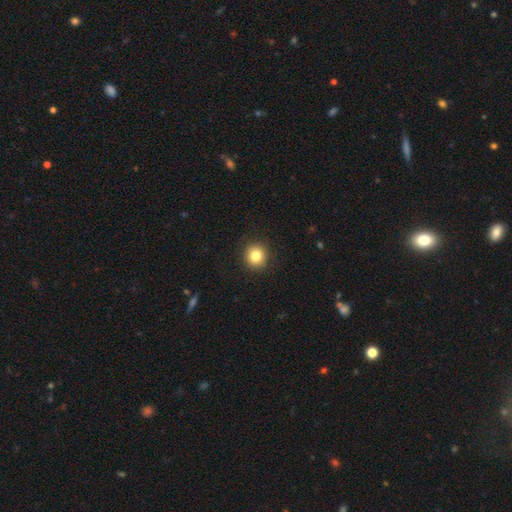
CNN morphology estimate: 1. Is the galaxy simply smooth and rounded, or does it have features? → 82% smooth, 11% star or artifact, 7% featured or disk.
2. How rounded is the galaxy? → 92% round, 7% in between, 1% cigar-shaped.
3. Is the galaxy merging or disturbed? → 91% none, 6% minor disturbance, 2% major disturbance, 1% merger.